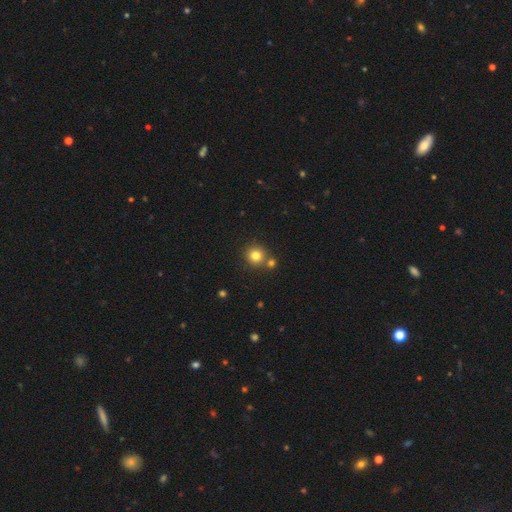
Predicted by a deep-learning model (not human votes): smooth_or_featured: smooth (p=0.80) [alt: star or artifact p=0.13]
how_rounded: round (p=0.92) [alt: in between p=0.07]
merging: none (p=0.71) [alt: merger p=0.19]